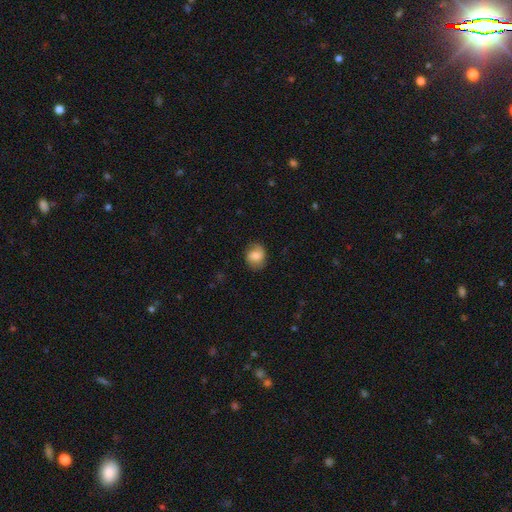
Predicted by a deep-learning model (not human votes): Smooth or featured: smooth — 61% (featured or disk — 30%)
How rounded: round — 56% (in between — 43%)
Merging: none — 76% (minor disturbance — 17%)